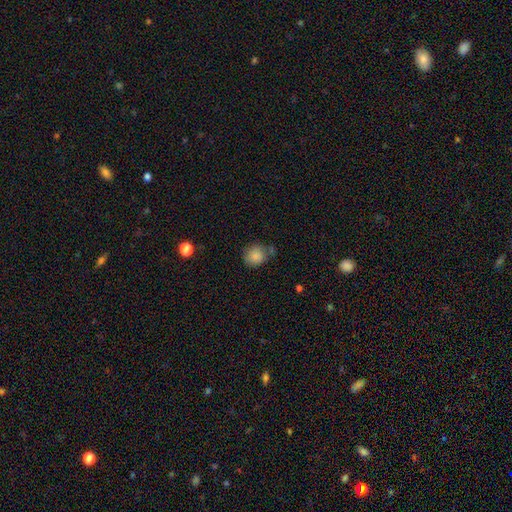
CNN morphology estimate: The model was most divided on "merging": none: 59%, minor disturbance: 25%, merger: 9%, major disturbance: 7%. More confident: smooth or featured — smooth (82%); how rounded — round (81%).